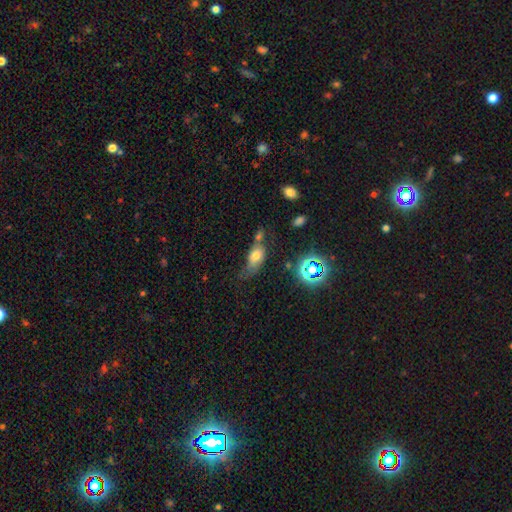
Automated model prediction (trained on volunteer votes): A smooth galaxy with no disk features (64%) that is in between round and cigar-shaped (82%).

Vote fractions:
- Smooth or featured? smooth: 64% / featured or disk: 21% / star or artifact: 15%
- How rounded? in between: 82% / round: 9% / cigar-shaped: 9%
- Merging? none: 38% / minor disturbance: 27% / merger: 18% / major disturbance: 17%